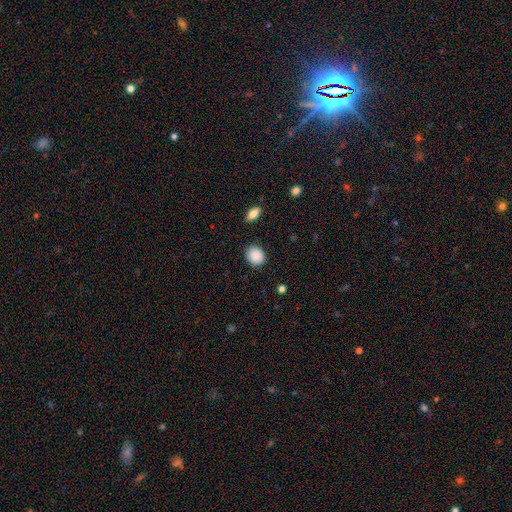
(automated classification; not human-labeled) This is clearly a smooth galaxy (89%). How rounded: likely round (64%). Merging: clearly none (88%).